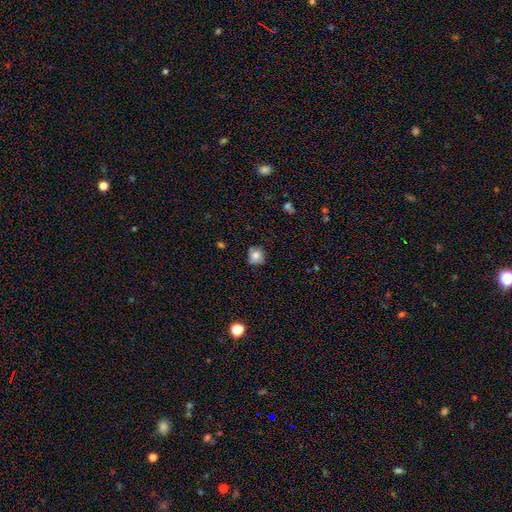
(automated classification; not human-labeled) A smooth galaxy with no disk features (78%) that is round (84%).

Vote fractions:
- Smooth or featured? smooth: 78% / featured or disk: 11% / star or artifact: 11%
- How rounded? round: 84% / in between: 15% / cigar-shaped: 1%
- Merging? none: 74% / minor disturbance: 21% / major disturbance: 4% / merger: 2%